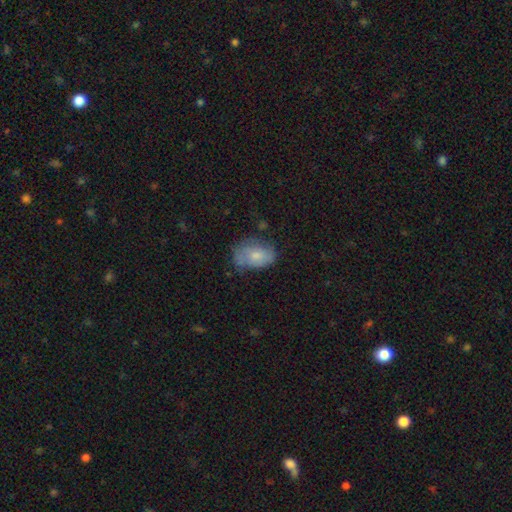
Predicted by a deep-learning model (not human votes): Smooth or featured? smooth (70%)
How rounded? in between (83%)
Merging? none (54%)